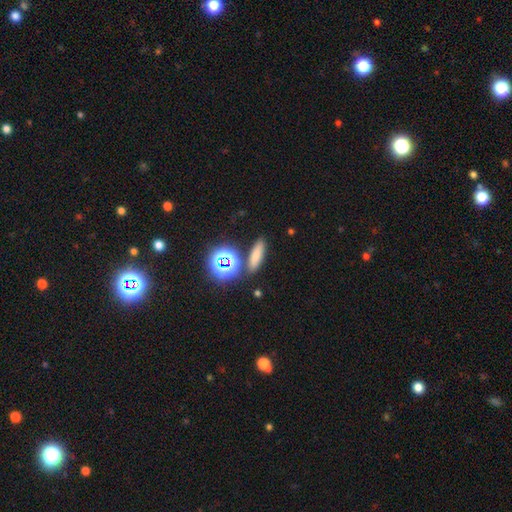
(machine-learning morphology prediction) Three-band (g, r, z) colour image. It shows a smooth galaxy with no disk features (69%) that is cigar-shaped (46%). Merging: none (81%).